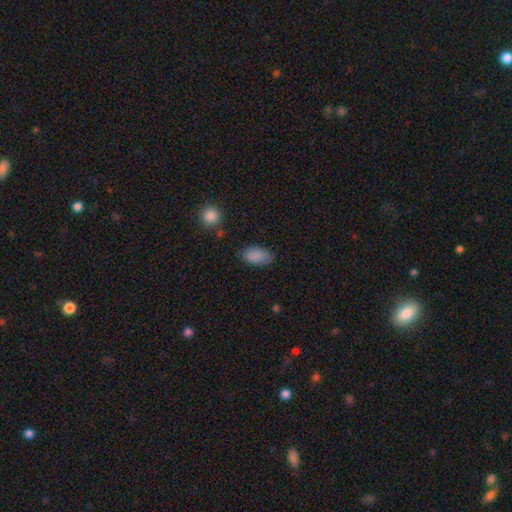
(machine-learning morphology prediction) Q: Smooth or featured?
A: smooth (87%); runner-up: star or artifact (8%)
Q: How rounded?
A: in between (93%); runner-up: round (4%)
Q: Merging?
A: none (78%); runner-up: minor disturbance (16%)